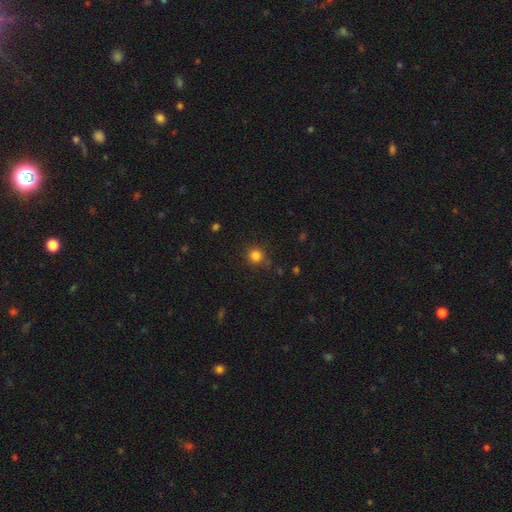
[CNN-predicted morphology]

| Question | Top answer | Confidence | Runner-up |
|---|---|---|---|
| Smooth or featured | smooth | 82% | star or artifact (13%) |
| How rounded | round | 92% | in between (7%) |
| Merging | none | 85% | minor disturbance (10%) |